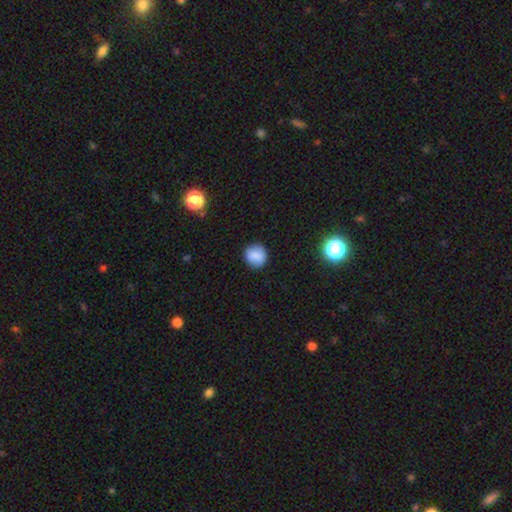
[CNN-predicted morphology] This is clearly a smooth galaxy (81%). How rounded: clearly round (90%). Merging: clearly none (84%).